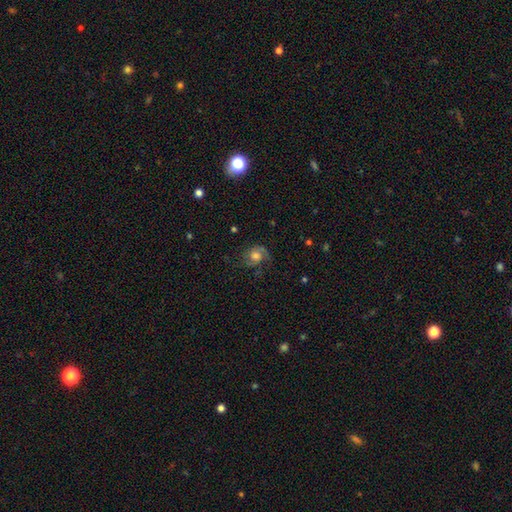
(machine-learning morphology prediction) Overall: featured or disk (55%; smooth 34%). Edge-on disk: no (97%). Bar: no (75%). Spiral arms: yes (89%). Bulge size: moderate (56%; large 25%). Merging: none (62%).